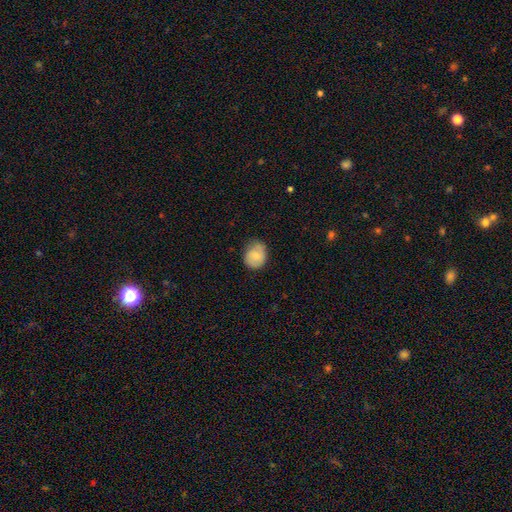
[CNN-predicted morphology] This appears to be a smooth galaxy with no disk features (78%) that is round (66%). Merging: none (63%).